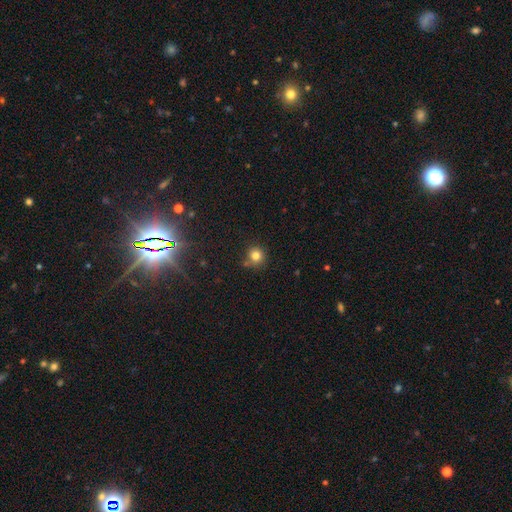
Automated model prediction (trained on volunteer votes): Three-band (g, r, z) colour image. It shows a smooth galaxy with no disk features (80%) that is round (92%). Merging: none (75%).